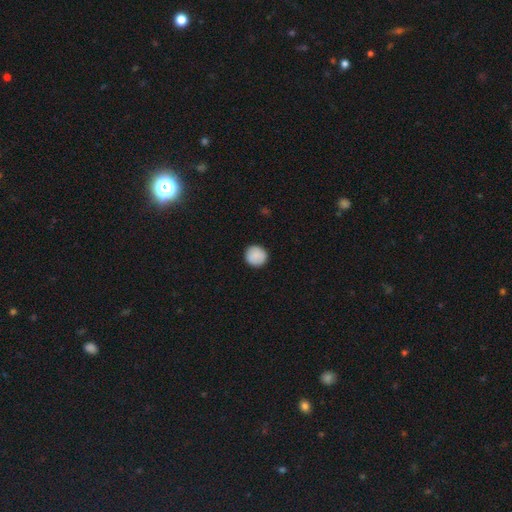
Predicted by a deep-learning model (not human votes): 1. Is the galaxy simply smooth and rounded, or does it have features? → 89% smooth, 7% star or artifact, 4% featured or disk.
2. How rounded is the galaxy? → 94% round, 5% in between, 1% cigar-shaped.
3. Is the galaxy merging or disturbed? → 91% none, 6% minor disturbance, 2% major disturbance, 1% merger.